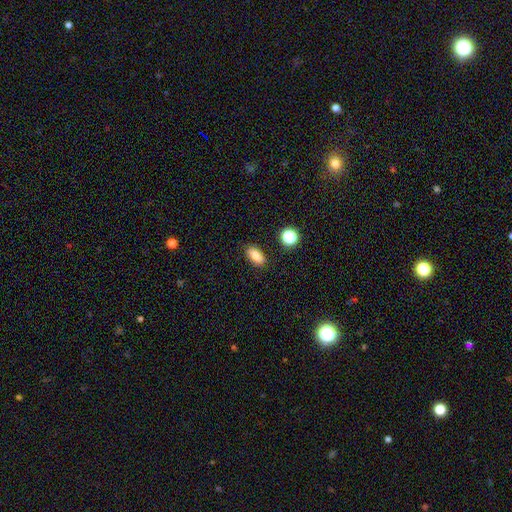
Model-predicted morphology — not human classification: This is clearly a smooth galaxy (84%). How rounded: clearly in between (86%). Merging: clearly none (87%).